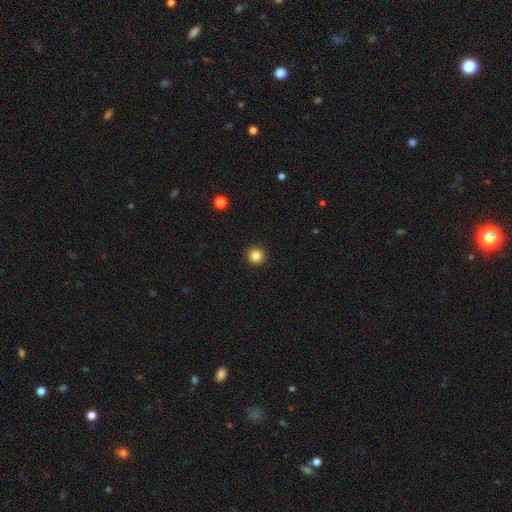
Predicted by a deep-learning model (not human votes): Q: Smooth or featured?
A: smooth (85%); runner-up: star or artifact (11%)
Q: How rounded?
A: round (96%); runner-up: in between (3%)
Q: Merging?
A: none (93%); runner-up: minor disturbance (4%)